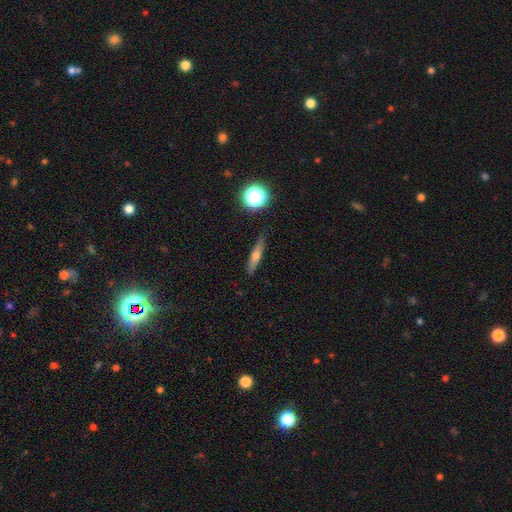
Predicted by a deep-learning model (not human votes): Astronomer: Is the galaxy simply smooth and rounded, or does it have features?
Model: smooth — 51% (runner-up: featured or disk, 39%).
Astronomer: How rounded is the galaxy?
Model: cigar-shaped — 78%.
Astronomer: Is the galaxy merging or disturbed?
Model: none — 87%.